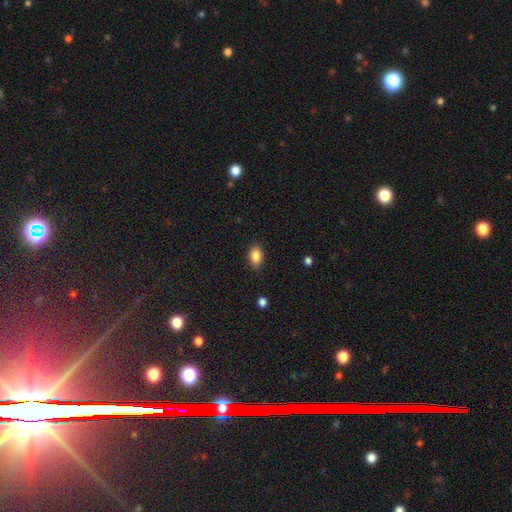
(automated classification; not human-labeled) A smooth galaxy with no disk features (85%) that is in between round and cigar-shaped (78%). Merging: none (72%).